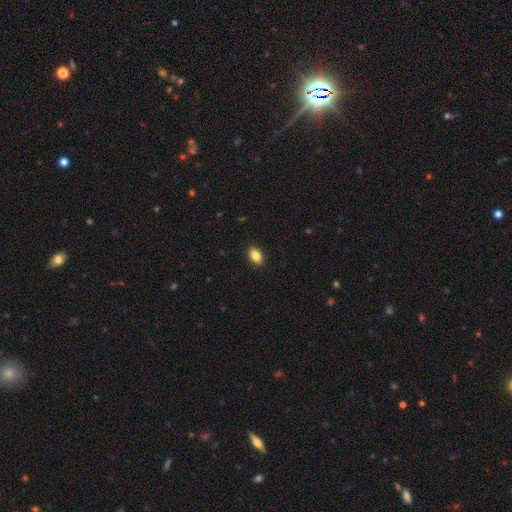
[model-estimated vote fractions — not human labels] smooth-or-featured: smooth: 85% | star or artifact: 8% | featured or disk: 7%
  how-rounded: in between: 88% | round: 10% | cigar-shaped: 2%
  merging: none: 90% | minor disturbance: 7% | major disturbance: 2% | merger: 1%